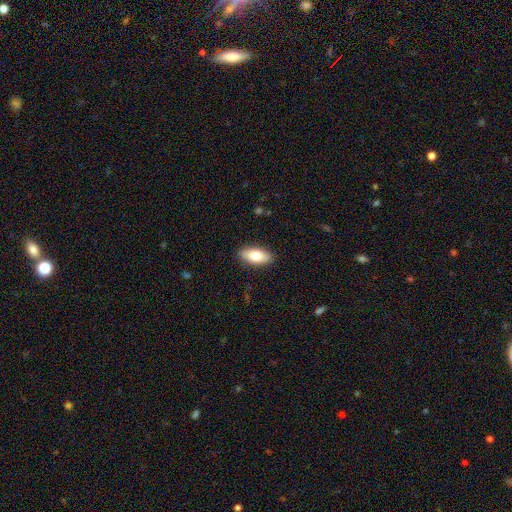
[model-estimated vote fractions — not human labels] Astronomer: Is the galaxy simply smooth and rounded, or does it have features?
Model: smooth — 76%.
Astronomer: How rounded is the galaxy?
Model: in between — 86%.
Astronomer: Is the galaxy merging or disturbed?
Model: none — 89%.